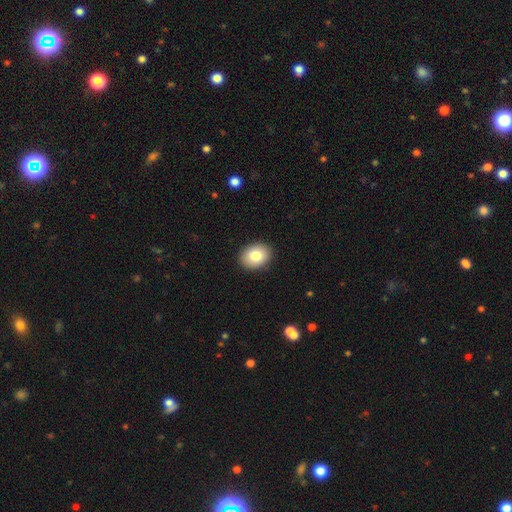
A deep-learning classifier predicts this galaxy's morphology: Smooth or featured? Predicted: smooth (p=0.82). How rounded? Predicted: in between (p=0.62). Merging? Predicted: none (p=0.91).